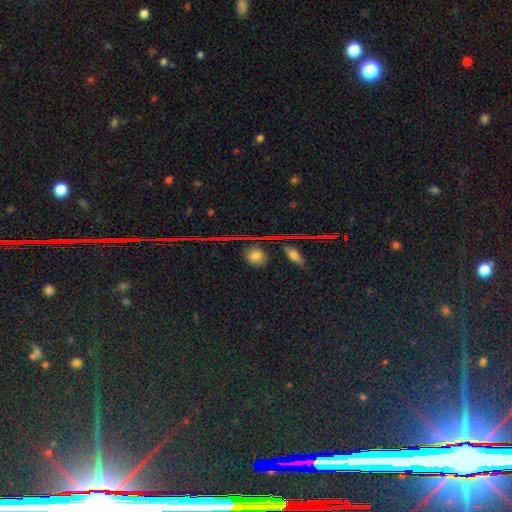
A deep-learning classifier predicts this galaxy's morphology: A smooth galaxy with no disk features (69%) that is round (62%). Merging: none (82%).